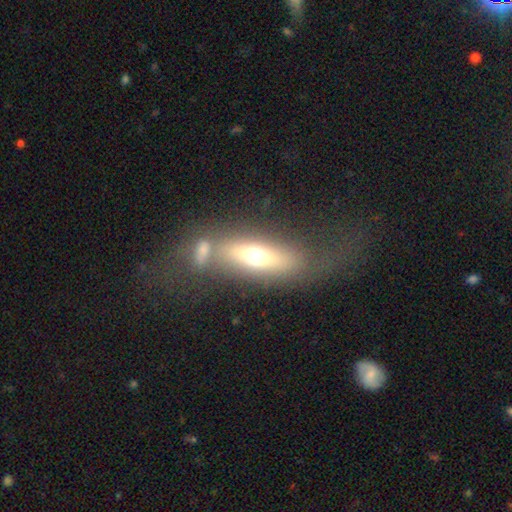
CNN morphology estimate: The model was most divided on "smooth or featured": smooth: 51%, featured or disk: 39%, star or artifact: 9%. Remaining: how rounded — in between (56%); merging — none (47%).